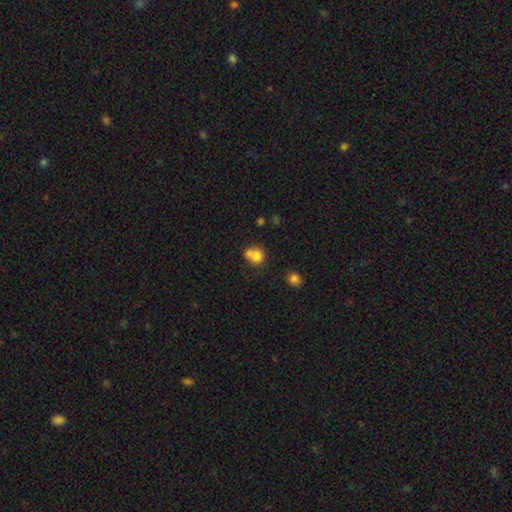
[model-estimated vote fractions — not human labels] Q: Smooth or featured?
A: smooth (77%); runner-up: featured or disk (12%)
Q: How rounded?
A: round (74%); runner-up: in between (25%)
Q: Merging?
A: merger (45%); runner-up: none (37%)